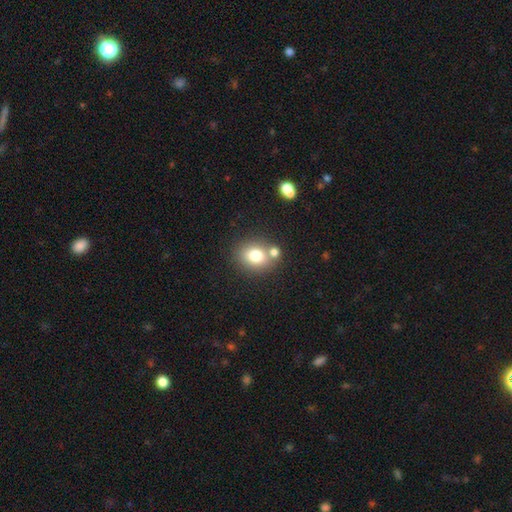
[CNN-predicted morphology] smooth-or-featured: smooth: 77% | featured or disk: 12% | star or artifact: 11%
  how-rounded: round: 63% | in between: 36% | cigar-shaped: 1%
  merging: none: 63% | merger: 23% | minor disturbance: 10% | major disturbance: 3%